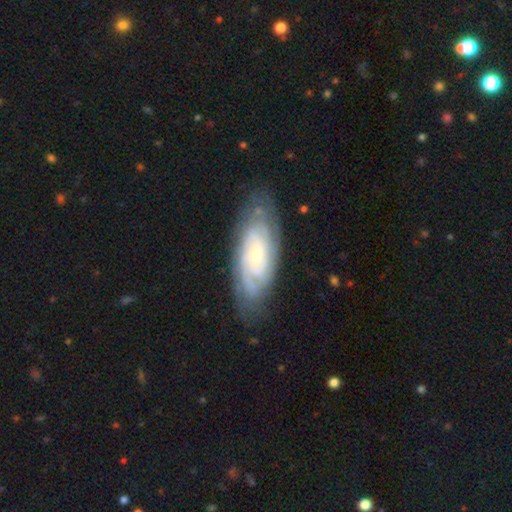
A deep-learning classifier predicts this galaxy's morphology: Smooth or featured?
  - featured or disk: 75% *
  - smooth: 19%
  - star or artifact: 6%
Edge-on disk?
  - no: 91% *
  - yes: 9%
Bar?
  - no: 69% *
  - weak: 25%
  - strong: 6%
Spiral arms?
  - yes: 93% *
  - no: 7%
Spiral winding?
  - tight: 72% *
  - medium: 23%
  - loose: 5%
Spiral arm count?
  - can't tell: 48% *
  - 2: 23%
  - 3: 12%
  - 4: 8%
  - more than 4: 4%
  - 1: 4%
Bulge size?
  - small: 62% *
  - moderate: 24%
  - none: 7%
  - large: 5%
  - dominant: 2%
Merging?
  - none: 74% *
  - minor disturbance: 19%
  - major disturbance: 6%
  - merger: 1%